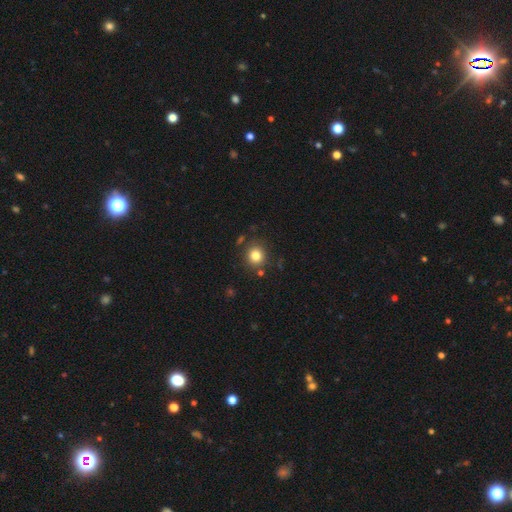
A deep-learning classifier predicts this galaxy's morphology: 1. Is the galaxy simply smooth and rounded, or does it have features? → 81% smooth, 12% star or artifact, 7% featured or disk.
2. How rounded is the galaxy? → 88% round, 11% in between, 1% cigar-shaped.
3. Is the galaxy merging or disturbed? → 84% none, 9% minor disturbance, 5% merger, 3% major disturbance.